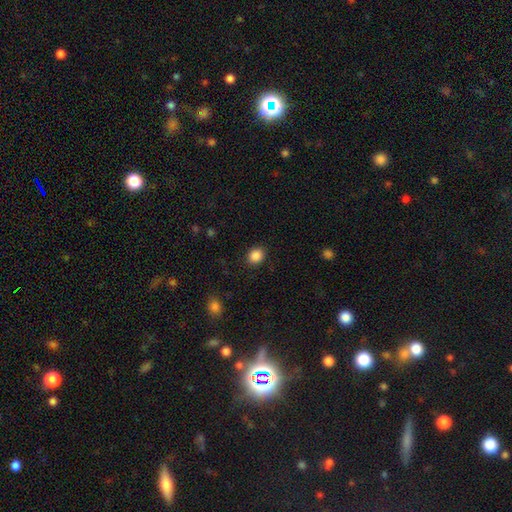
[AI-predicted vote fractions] The model was most divided on "how rounded": round: 64%, in between: 35%, cigar-shaped: 1%. More confident: merging — none (89%); smooth or featured — smooth (87%).